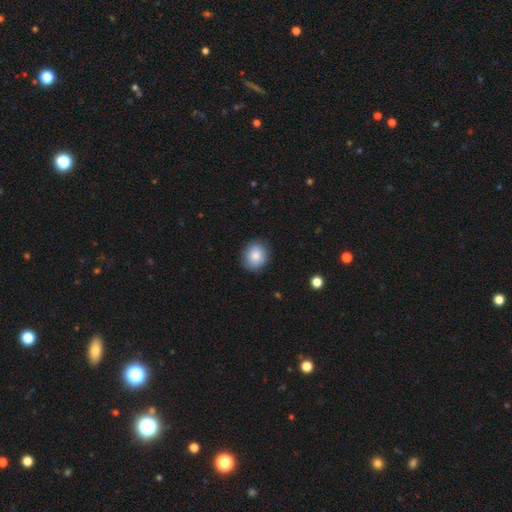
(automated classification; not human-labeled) Overall: smooth (83%). How rounded: round (72%). Merging: none (86%).